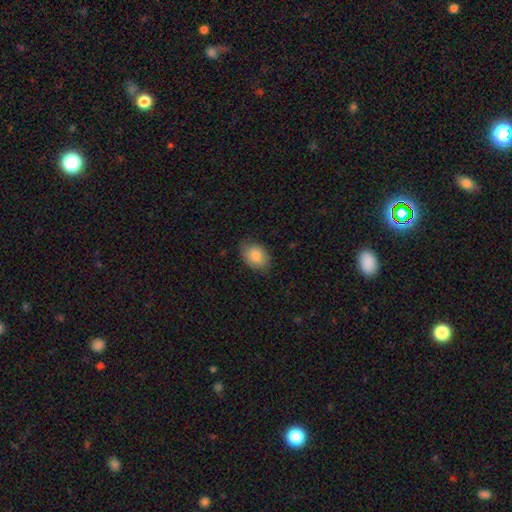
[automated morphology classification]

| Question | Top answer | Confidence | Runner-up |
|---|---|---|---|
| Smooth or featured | smooth | 84% | featured or disk (9%) |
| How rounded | in between | 74% | round (25%) |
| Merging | none | 77% | minor disturbance (19%) |